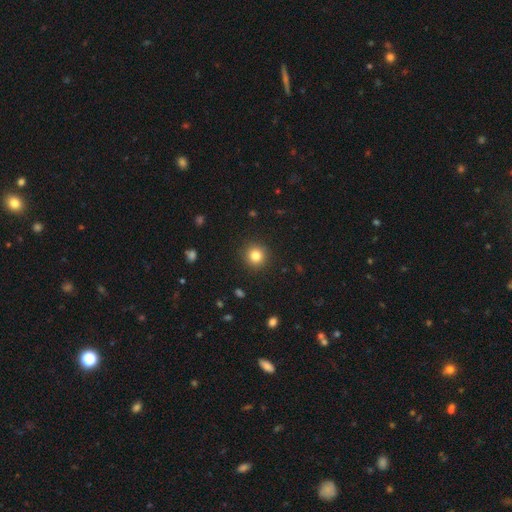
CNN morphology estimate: Smooth or featured? Predicted: smooth (p=0.83). How rounded? Predicted: round (p=0.94). Merging? Predicted: none (p=0.91).